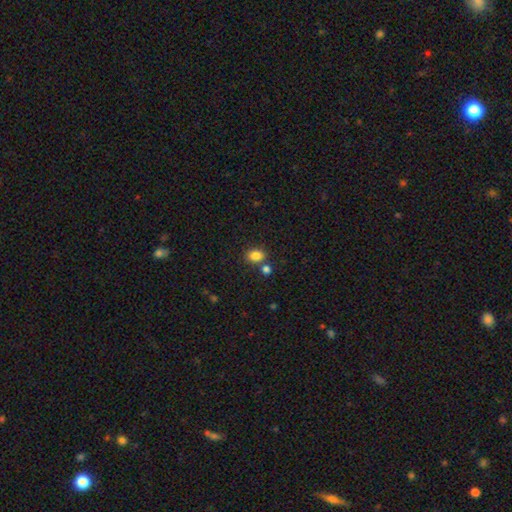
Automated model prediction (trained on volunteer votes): Smooth or featured? Predicted: smooth (p=0.84). How rounded? Predicted: in between (p=0.68). Merging? Predicted: none (p=0.68).